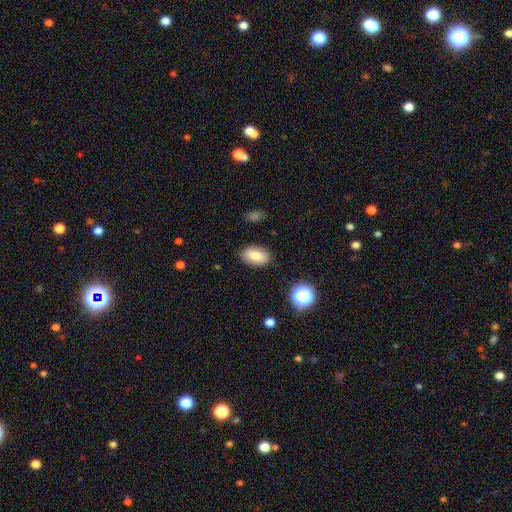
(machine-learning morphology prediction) smooth 81%, featured or disk 10%, star or artifact 9%. Down the decision tree: how rounded — in between (90%); merging — none (85%).